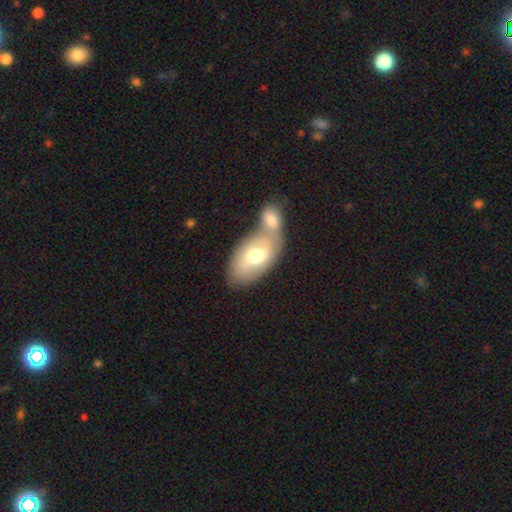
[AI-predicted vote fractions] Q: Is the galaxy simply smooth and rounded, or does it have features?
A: smooth — 60%.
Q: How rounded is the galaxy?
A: in between — 92%.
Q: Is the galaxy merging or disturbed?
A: merger — 56%.